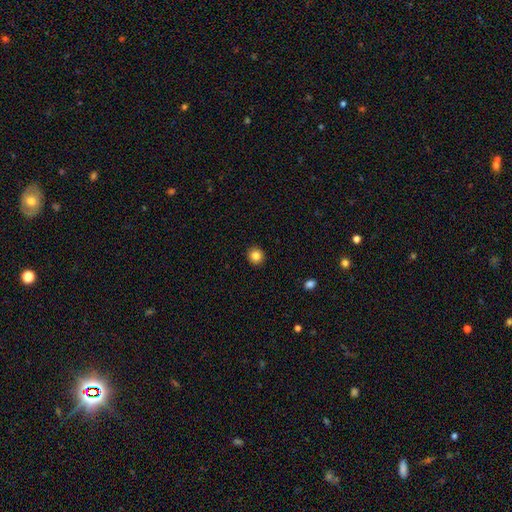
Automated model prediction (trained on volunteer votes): A smooth galaxy with no disk features (84%) that is round (92%). Merging: none (93%).